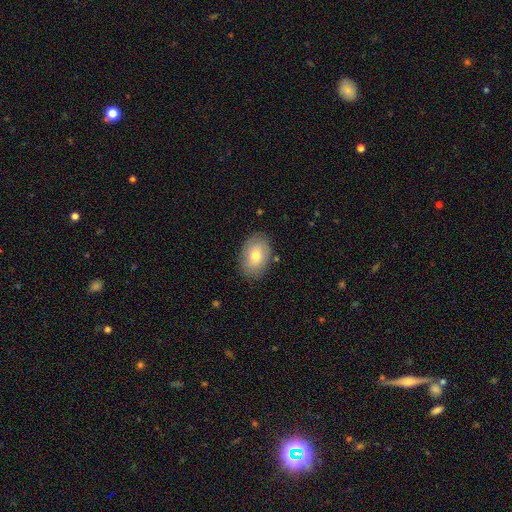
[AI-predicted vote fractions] Smooth or featured? smooth (75%)
How rounded? in between (85%)
Merging? none (84%)